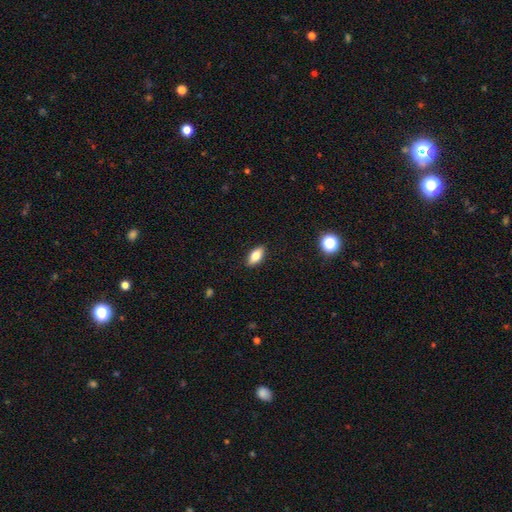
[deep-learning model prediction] Morphology: type=smooth (77%); roundness=in between (86%); merging=none (89%).